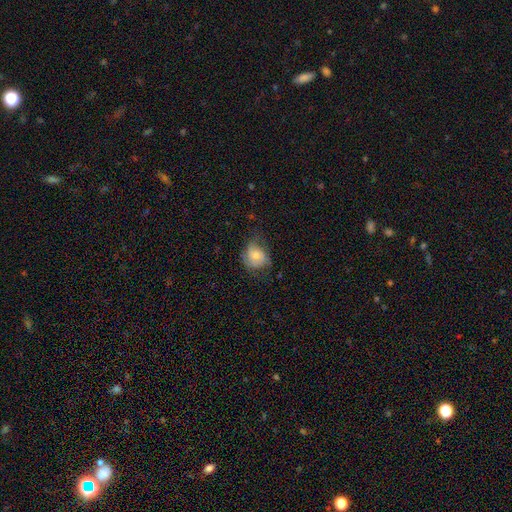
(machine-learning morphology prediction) A smooth galaxy with no disk features (51%) that is round (59%). Merging: none (49%).